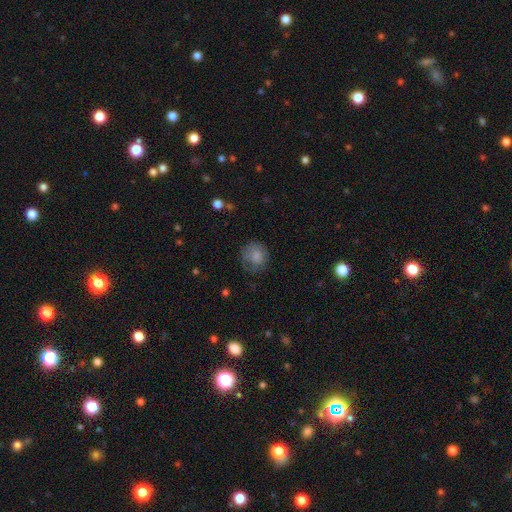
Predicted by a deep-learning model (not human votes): Smooth or featured: smooth — 76% (featured or disk — 16%)
How rounded: round — 82% (in between — 17%)
Merging: none — 60% (minor disturbance — 25%)